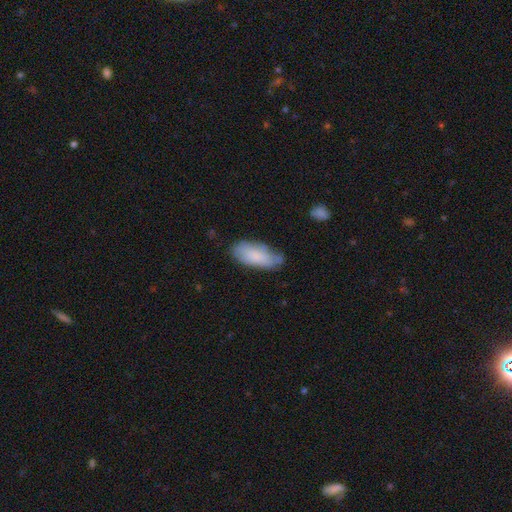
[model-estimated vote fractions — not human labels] smooth-or-featured: smooth: 79% | featured or disk: 15% | star or artifact: 6%
  how-rounded: in between: 87% | cigar-shaped: 12% | round: 2%
  merging: none: 56% | minor disturbance: 33% | major disturbance: 8% | merger: 3%